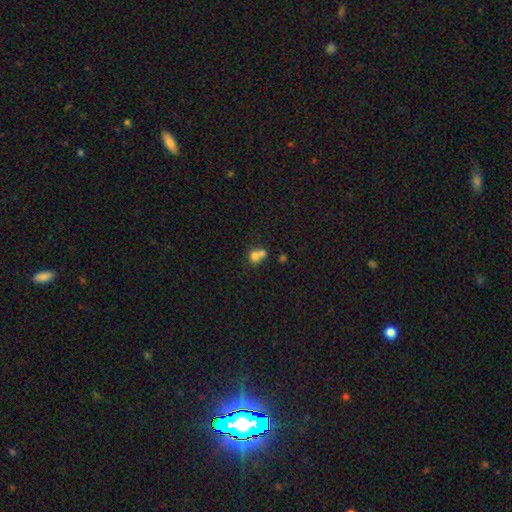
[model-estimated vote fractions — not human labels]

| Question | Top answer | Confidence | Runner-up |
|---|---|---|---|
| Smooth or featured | smooth | 72% | featured or disk (16%) |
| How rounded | round | 73% | in between (26%) |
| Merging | merger | 63% | none (26%) |